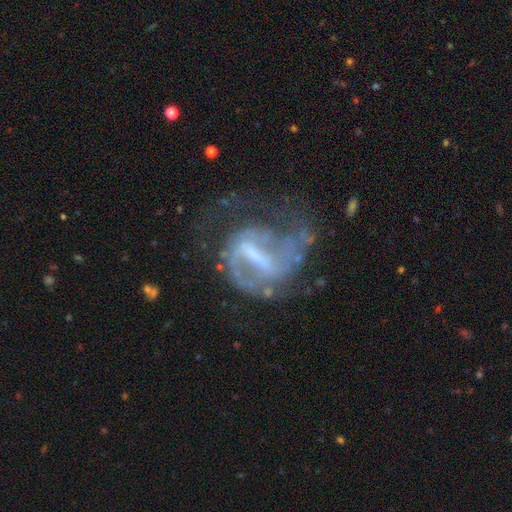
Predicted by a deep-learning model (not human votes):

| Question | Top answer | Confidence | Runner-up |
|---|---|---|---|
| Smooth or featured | featured or disk | 82% | smooth (10%) |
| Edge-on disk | no | 97% | yes (3%) |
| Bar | strong | 52% | weak (37%) |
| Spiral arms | yes | 81% | no (19%) |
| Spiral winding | medium | 43% | tight (29%) |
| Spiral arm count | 2 | 47% | 1 (22%) |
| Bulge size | small | 37% | none (30%) |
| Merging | none | 39% | major disturbance (38%) |